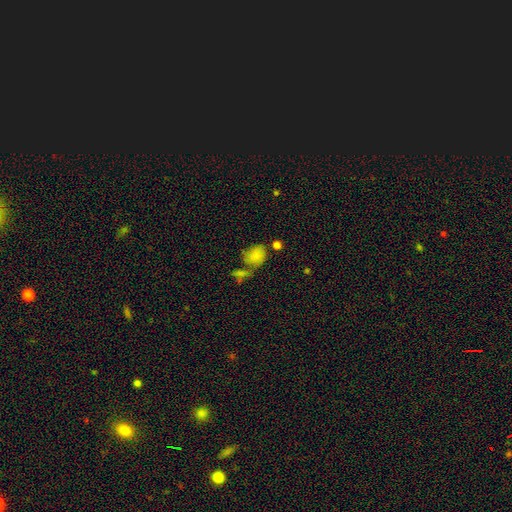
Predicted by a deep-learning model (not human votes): smooth 79%, featured or disk 12%, star or artifact 10%. Down the decision tree: how rounded — in between (56%); merging — none (40%).